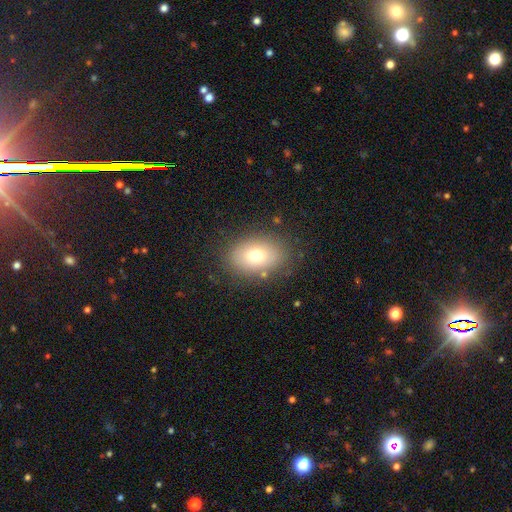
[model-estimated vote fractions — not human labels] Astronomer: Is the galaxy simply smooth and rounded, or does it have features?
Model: smooth — 73%.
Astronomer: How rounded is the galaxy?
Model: in between — 76%.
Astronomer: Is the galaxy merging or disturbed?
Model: none — 82%.